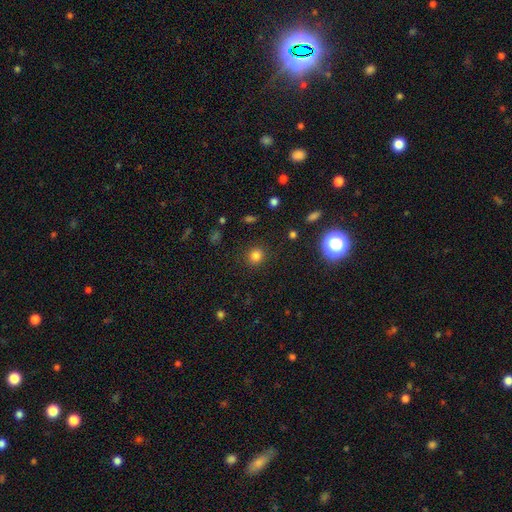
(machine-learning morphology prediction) type=smooth (79%); roundness=round (87%); merging=none (89%).